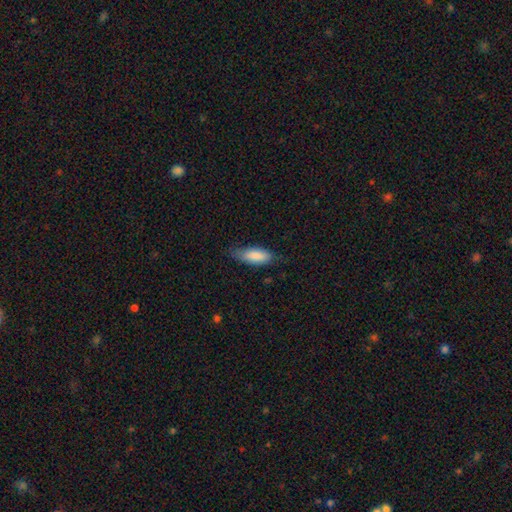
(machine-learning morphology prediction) This appears to be a smooth galaxy with no disk features (85%) that is in between round and cigar-shaped (73%). Merging: none (69%).